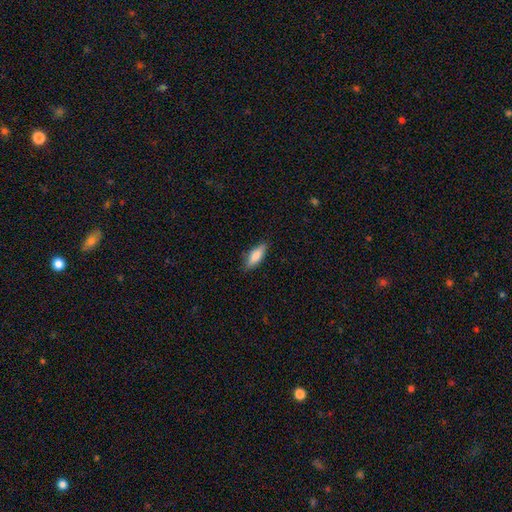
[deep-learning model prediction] smooth_or_featured: smooth (p=0.77) [alt: featured or disk p=0.17]
how_rounded: in between (p=0.63) [alt: cigar-shaped p=0.35]
merging: none (p=0.84) [alt: minor disturbance p=0.13]